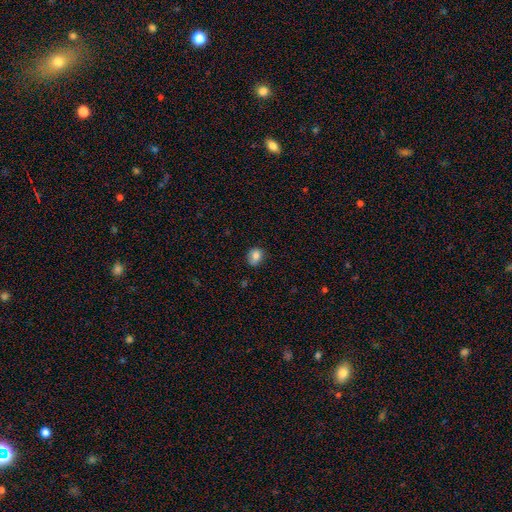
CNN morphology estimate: type=smooth (81%); roundness=round (53%); merging=none (71%).